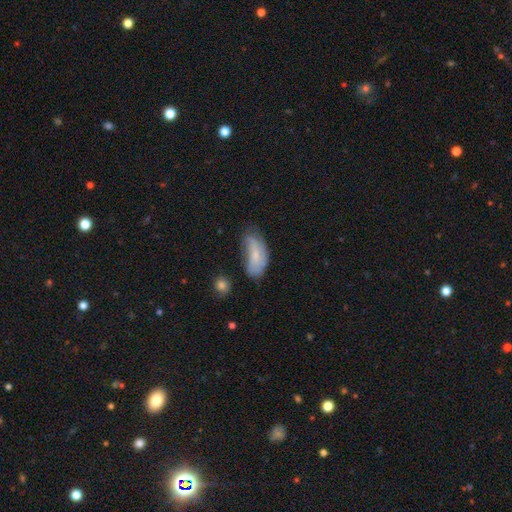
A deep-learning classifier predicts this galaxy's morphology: type=smooth (56%); roundness=in between (87%); merging=none (37%, tied with minor disturbance).